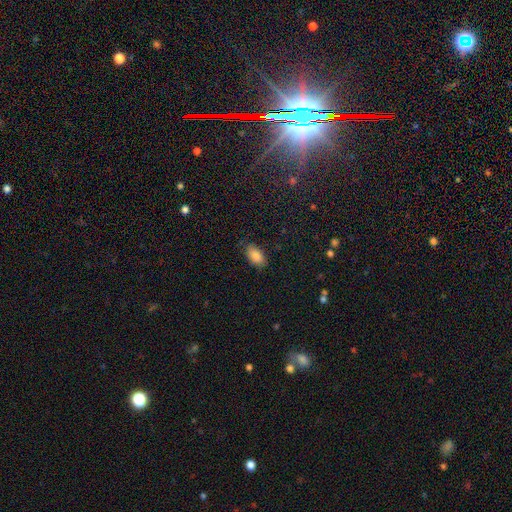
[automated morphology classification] A smooth galaxy with no disk features (87%) that is in between round and cigar-shaped (93%).

Vote fractions:
- Smooth or featured? smooth: 87% / star or artifact: 8% / featured or disk: 6%
- How rounded? in between: 93% / round: 4% / cigar-shaped: 3%
- Merging? none: 81% / minor disturbance: 15% / major disturbance: 3% / merger: 1%